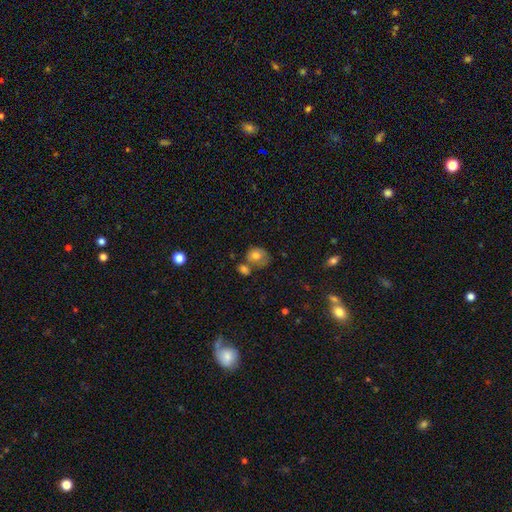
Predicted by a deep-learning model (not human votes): Smooth or featured?
  - smooth: 72% *
  - featured or disk: 18%
  - star or artifact: 9%
How rounded?
  - round: 52% *
  - in between: 47%
  - cigar-shaped: 1%
Merging?
  - none: 40% *
  - merger: 34%
  - minor disturbance: 18%
  - major disturbance: 8%